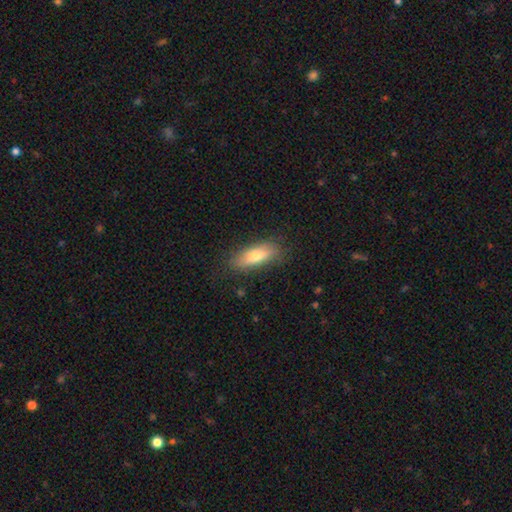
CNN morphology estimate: Smooth or featured? Predicted: smooth (p=0.67). How rounded? Predicted: in between (p=0.57). Merging? Predicted: none (p=0.82).